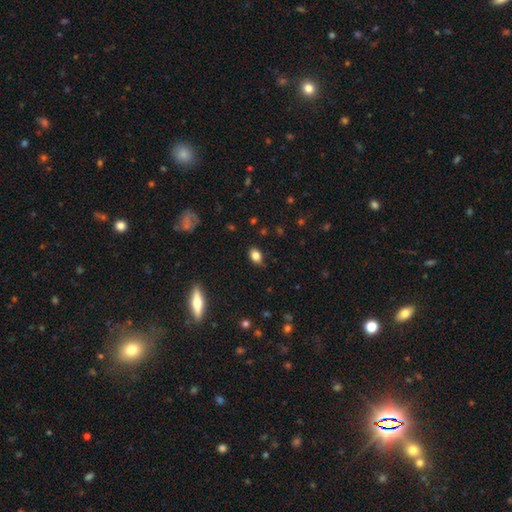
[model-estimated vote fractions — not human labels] A smooth galaxy with no disk features (82%) that is in between round and cigar-shaped (76%). Merging: none (77%).